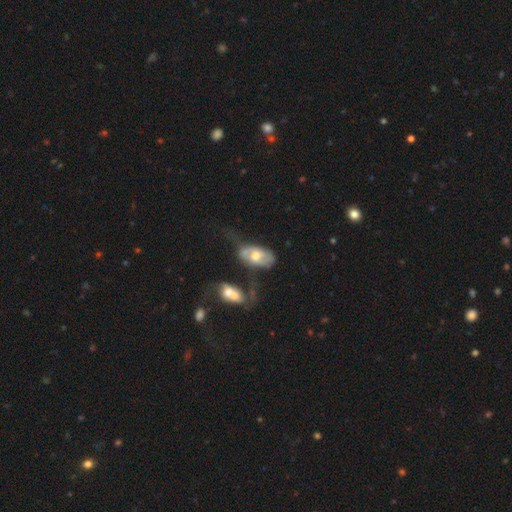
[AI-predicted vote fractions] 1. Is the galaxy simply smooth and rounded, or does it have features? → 58% featured or disk, 36% smooth, 7% star or artifact.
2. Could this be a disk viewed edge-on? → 90% no, 10% yes.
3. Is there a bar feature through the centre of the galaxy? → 66% no, 28% weak, 7% strong.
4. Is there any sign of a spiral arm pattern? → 59% yes, 41% no.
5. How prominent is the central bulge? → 67% moderate, 20% small, 10% large, 2% none, 1% dominant.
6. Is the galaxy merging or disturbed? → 30% none, 24% minor disturbance, 23% major disturbance, 22% merger.